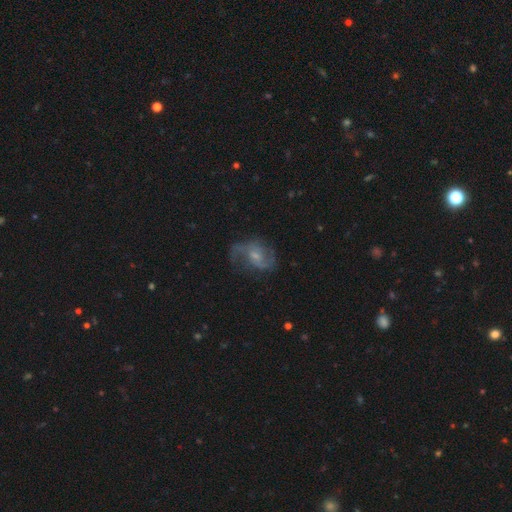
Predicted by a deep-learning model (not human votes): This appears to be a featured or disk galaxy (78%) with no bar (48%), 2 (83%) loose (47%) spiral arms (92%) and a small central bulge (59%). Merging: none (62%).